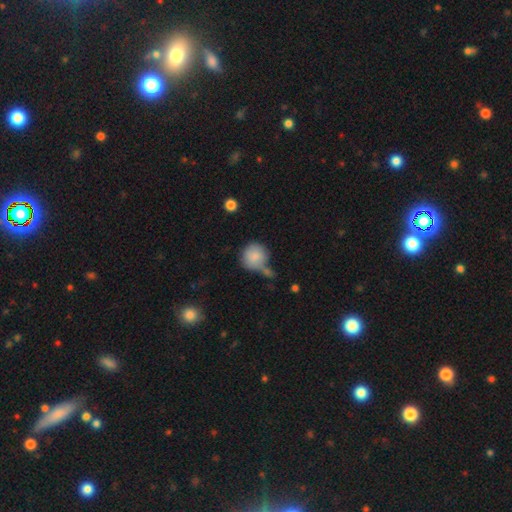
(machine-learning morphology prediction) Smooth or featured?
  - smooth: 84% *
  - featured or disk: 9%
  - star or artifact: 7%
How rounded?
  - round: 89% *
  - in between: 10%
  - cigar-shaped: 1%
Merging?
  - none: 48% *
  - merger: 23%
  - minor disturbance: 20%
  - major disturbance: 9%